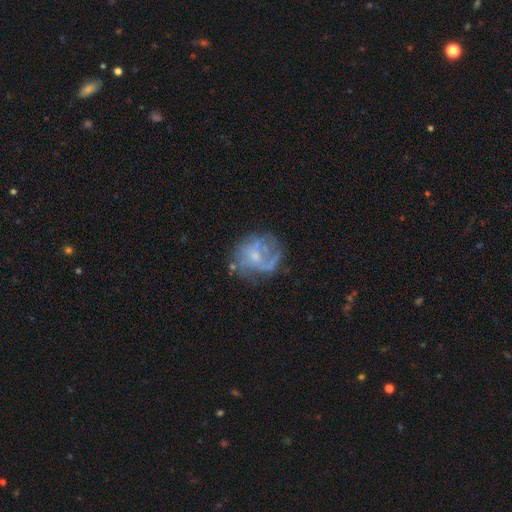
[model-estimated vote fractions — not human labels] Smooth or featured? Predicted: featured or disk (p=0.68). Edge-on disk? Predicted: no (p=0.98). Bar? Predicted: no (p=0.66). Spiral arms? Predicted: yes (p=0.70). Bulge size? Predicted: small (p=0.58). Merging? Predicted: none (p=0.50).